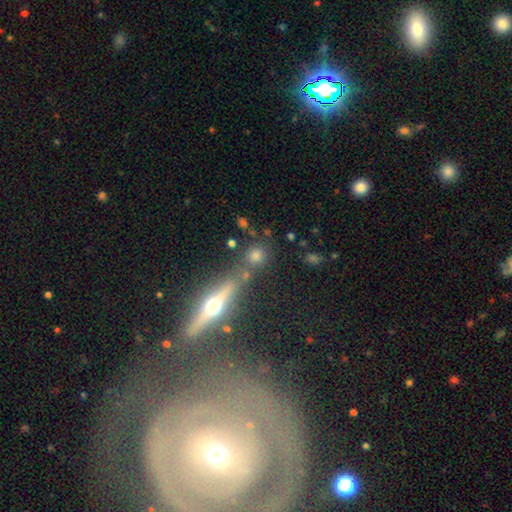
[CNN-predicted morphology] The model was most divided on "merging": none: 67%, merger: 18%, minor disturbance: 9%, major disturbance: 5%. More confident: how rounded — round (80%); smooth or featured — smooth (70%).